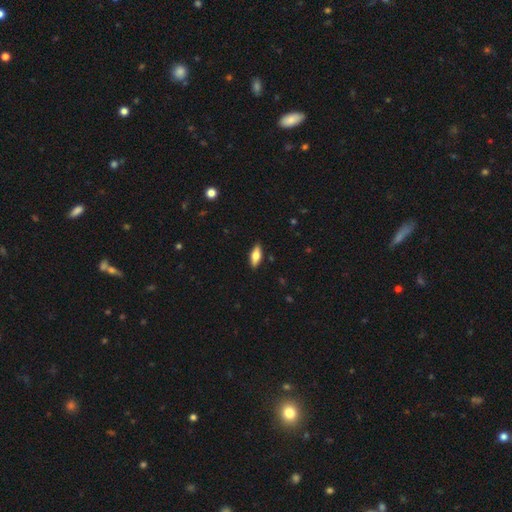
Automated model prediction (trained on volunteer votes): Overall: smooth (67%). How rounded: in between (73%). Merging: none (89%).